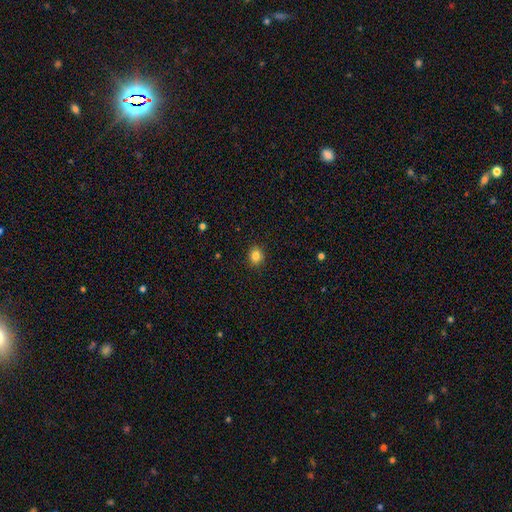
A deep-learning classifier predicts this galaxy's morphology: A smooth galaxy with no disk features (83%) that is round (69%).

Vote fractions:
- Smooth or featured? smooth: 83% / star or artifact: 11% / featured or disk: 5%
- How rounded? round: 69% / in between: 30% / cigar-shaped: 1%
- Merging? none: 90% / minor disturbance: 7% / major disturbance: 2% / merger: 1%